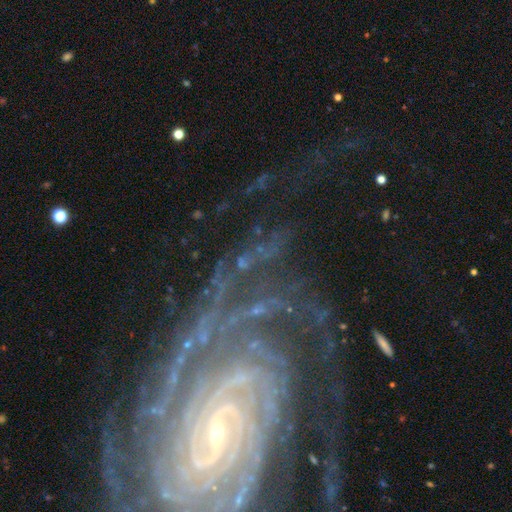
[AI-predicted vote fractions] Q: Smooth or featured?
A: featured or disk (88%); runner-up: star or artifact (8%)
Q: Edge-on disk?
A: no (97%); runner-up: yes (3%)
Q: Bar?
A: weak (36%); runner-up: no (35%)
Q: Spiral arms?
A: yes (98%); runner-up: no (2%)
Q: Spiral winding?
A: tight (75%); runner-up: medium (20%)
Q: Spiral arm count?
A: more than 4 (22%); runner-up: can't tell (21%)
Q: Bulge size?
A: small (83%); runner-up: moderate (11%)
Q: Merging?
A: none (70%); runner-up: minor disturbance (15%)